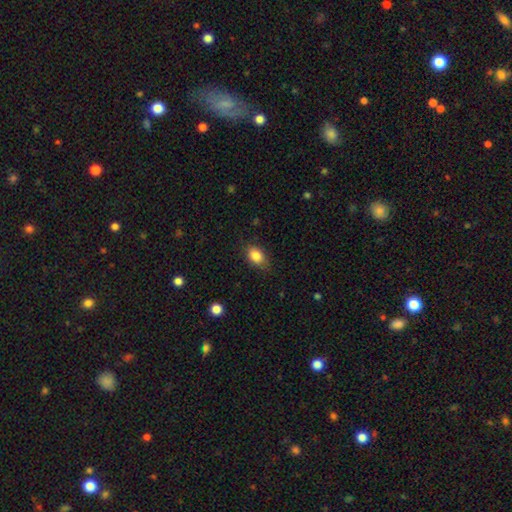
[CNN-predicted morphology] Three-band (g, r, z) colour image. It shows a smooth galaxy with no disk features (86%) that is in between round and cigar-shaped (80%). Merging: none (79%).